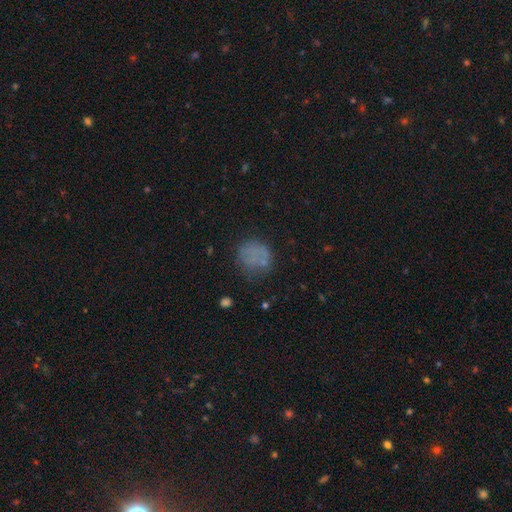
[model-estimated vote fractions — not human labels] This appears to be a smooth galaxy with no disk features (61%) that is round (81%). Merging: none (62%).